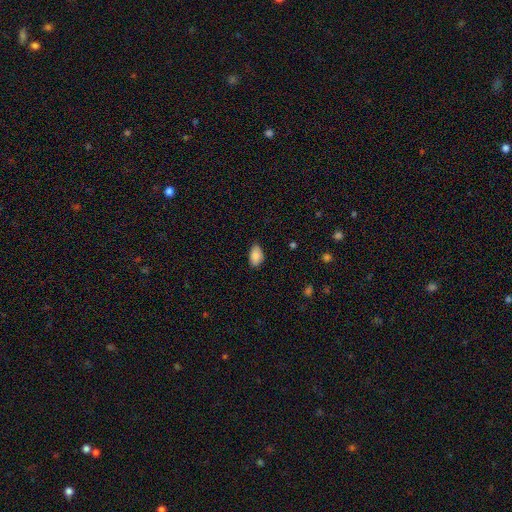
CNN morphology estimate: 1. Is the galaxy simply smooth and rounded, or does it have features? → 87% smooth, 7% star or artifact, 6% featured or disk.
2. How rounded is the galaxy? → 92% in between, 6% round, 1% cigar-shaped.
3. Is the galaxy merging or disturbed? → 82% none, 14% minor disturbance, 2% major disturbance, 1% merger.